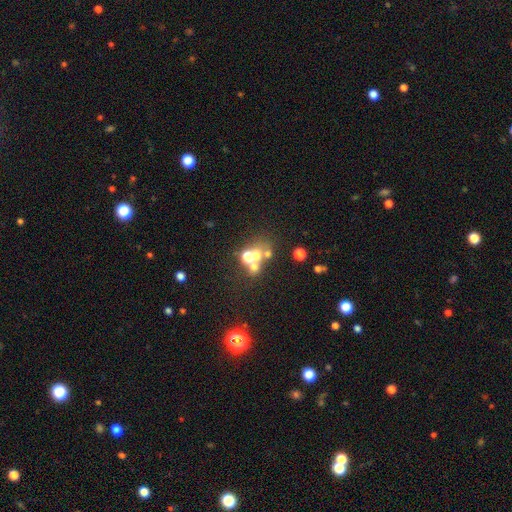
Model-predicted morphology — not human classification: Q: Smooth or featured?
A: smooth (44%); runner-up: star or artifact (28%)
Q: Merging?
A: merger (46%); runner-up: none (39%)